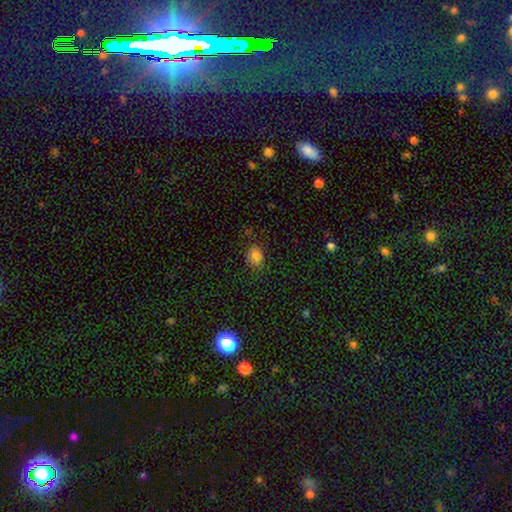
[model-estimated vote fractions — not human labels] This appears to be a smooth galaxy with no disk features (82%) that is in between round and cigar-shaped (58%). Merging: none (79%).